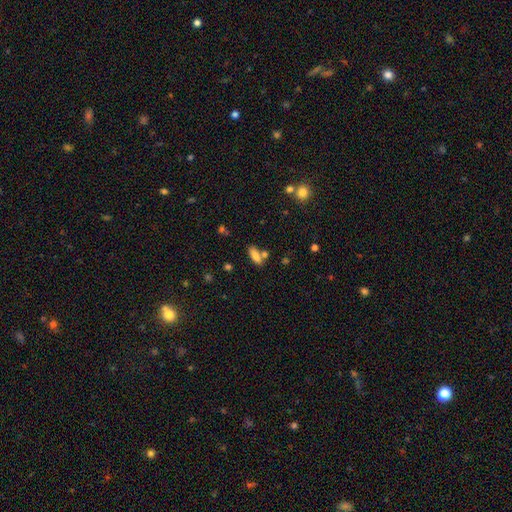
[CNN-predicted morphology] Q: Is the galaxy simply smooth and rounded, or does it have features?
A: smooth — 80%.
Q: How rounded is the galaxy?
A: in between — 72%.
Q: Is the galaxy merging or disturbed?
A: none — 60%.